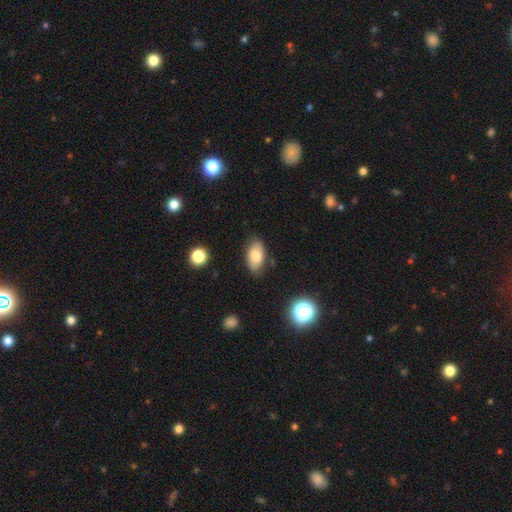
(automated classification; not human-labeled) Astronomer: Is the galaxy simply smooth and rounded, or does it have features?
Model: smooth — 78%.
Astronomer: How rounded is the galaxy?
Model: in between — 92%.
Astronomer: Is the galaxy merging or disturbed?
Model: none — 78%.